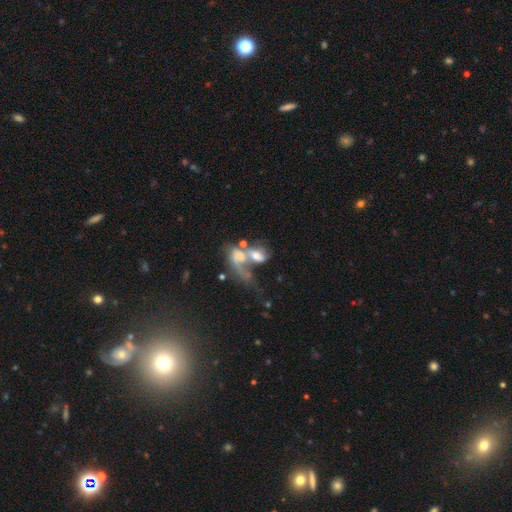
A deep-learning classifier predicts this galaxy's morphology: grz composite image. It shows a featured or disk galaxy (50%). Merging: merger (67%).